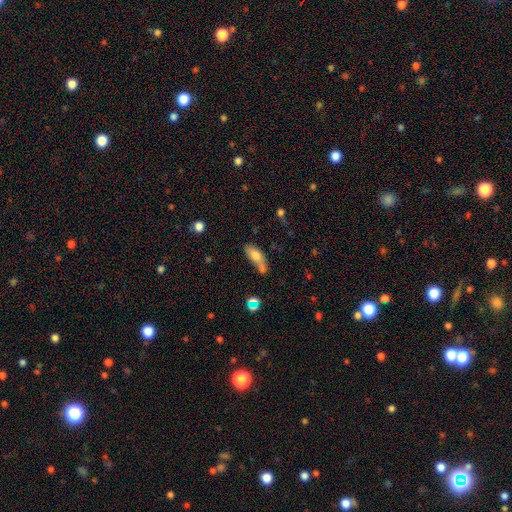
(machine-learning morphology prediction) smooth_or_featured: smooth (p=0.74) [alt: featured or disk p=0.17]
how_rounded: in between (p=0.72) [alt: cigar-shaped p=0.24]
merging: none (p=0.38) [alt: merger p=0.26]